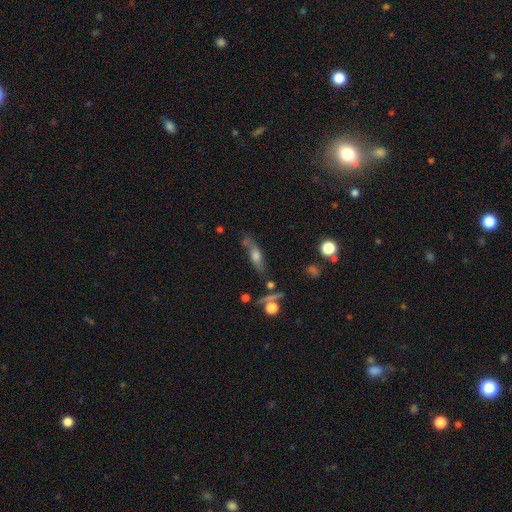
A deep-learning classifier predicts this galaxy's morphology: This appears to be a smooth galaxy with no disk features (51%) that is cigar-shaped (53%). Merging: none (60%).